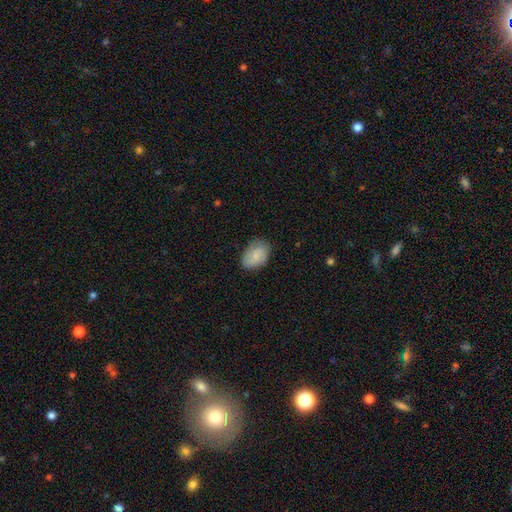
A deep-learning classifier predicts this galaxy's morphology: Smooth or featured? smooth (71%)
How rounded? in between (83%)
Merging? none (73%)